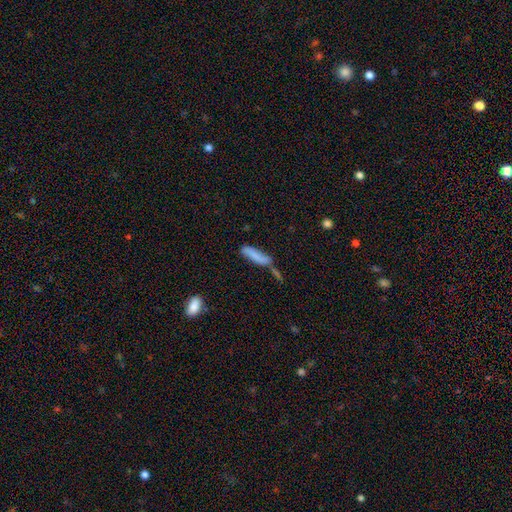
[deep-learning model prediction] The model was most divided on "merging": none: 40%, merger: 29%, minor disturbance: 22%, major disturbance: 9%. More confident: smooth or featured — smooth (71%); how rounded — cigar-shaped (69%).